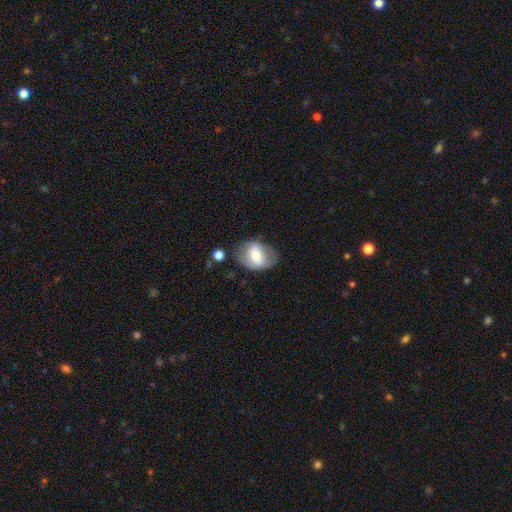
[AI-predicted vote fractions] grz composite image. It shows a smooth galaxy with no disk features (54%) that is in between round and cigar-shaped (71%). Merging: none (61%).